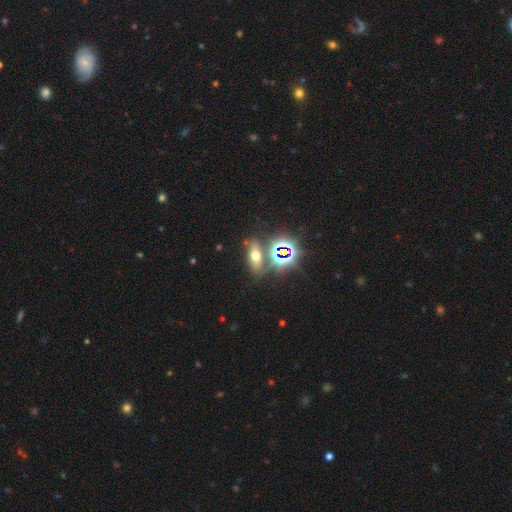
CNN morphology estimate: A smooth galaxy with no disk features (43%).

Vote fractions:
- Smooth or featured? smooth: 43% / star or artifact: 38% / featured or disk: 19%
- Merging? none: 69% / merger: 15% / minor disturbance: 11% / major disturbance: 5%